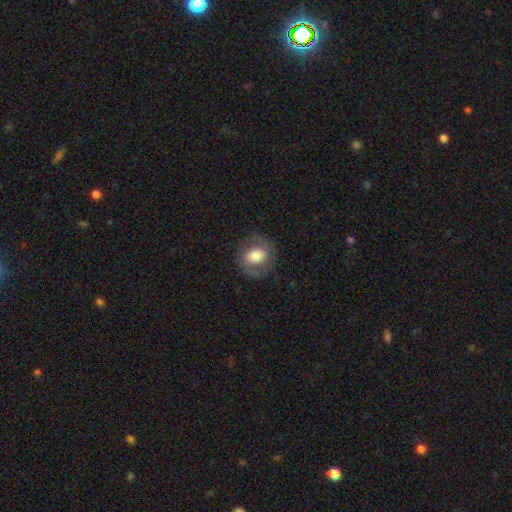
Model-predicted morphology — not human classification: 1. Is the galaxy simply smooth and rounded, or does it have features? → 57% smooth, 35% featured or disk, 8% star or artifact.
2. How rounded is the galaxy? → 59% round, 40% in between, 1% cigar-shaped.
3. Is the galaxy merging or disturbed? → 79% none, 13% minor disturbance, 7% major disturbance, 1% merger.